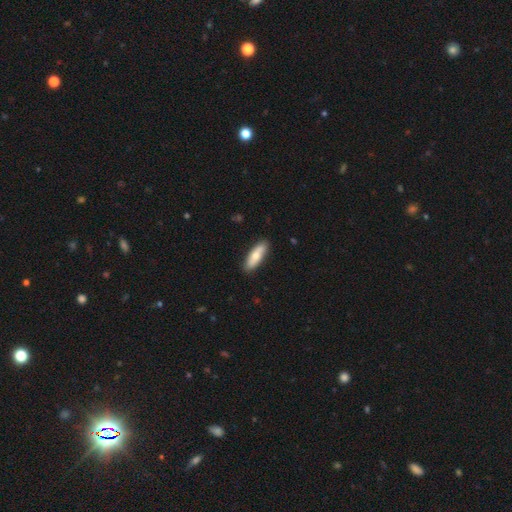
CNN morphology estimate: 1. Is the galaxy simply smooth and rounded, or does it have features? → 69% smooth, 26% featured or disk, 5% star or artifact.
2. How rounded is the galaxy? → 52% in between, 46% cigar-shaped, 2% round.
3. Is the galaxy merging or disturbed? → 87% none, 10% minor disturbance, 2% major disturbance, 1% merger.